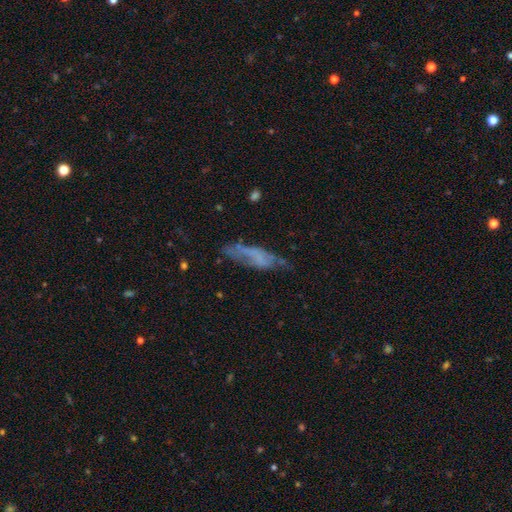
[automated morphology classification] This is possibly a smooth galaxy (46%). Merging: possibly none (47%).